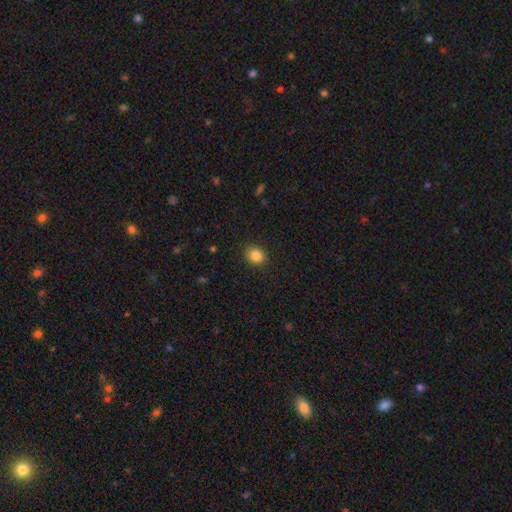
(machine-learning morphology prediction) The model was most divided on "how rounded": round: 64%, in between: 35%, cigar-shaped: 1%. More confident: merging — none (90%); smooth or featured — smooth (85%).